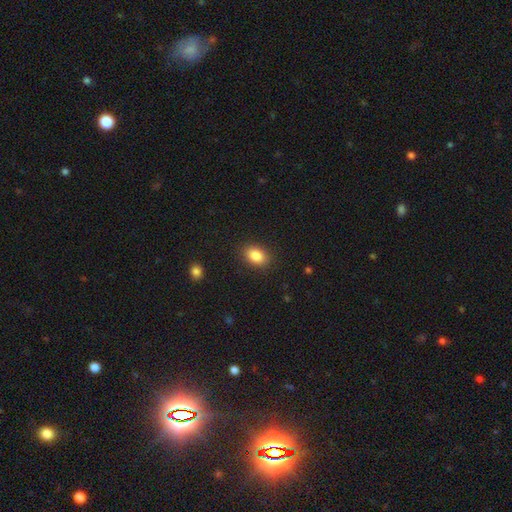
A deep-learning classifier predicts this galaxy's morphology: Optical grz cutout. It shows a smooth galaxy with no disk features (86%) that is in between round and cigar-shaped (78%). Merging: none (88%).